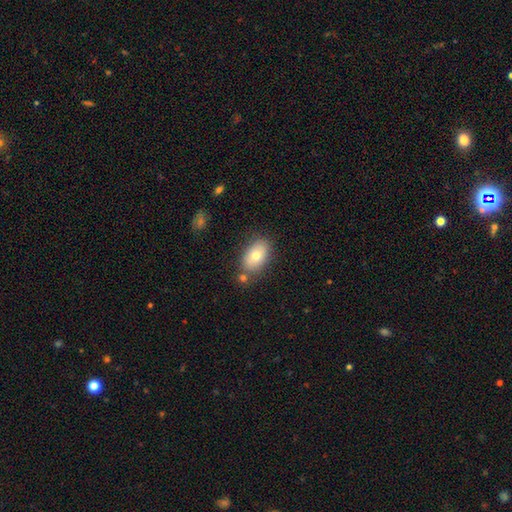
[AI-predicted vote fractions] smooth 75%, featured or disk 17%, star or artifact 8%. Down the decision tree: how rounded — in between (90%); merging — none (75%).